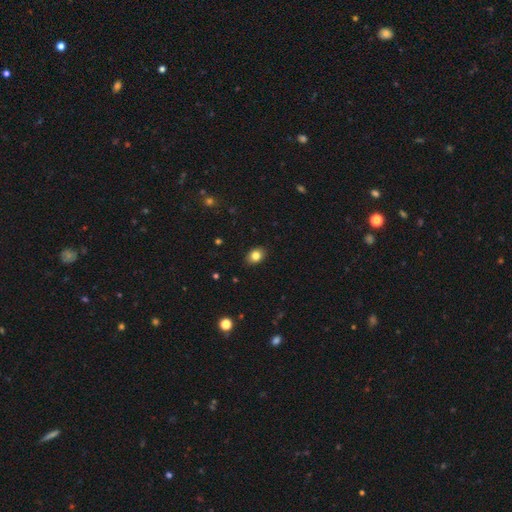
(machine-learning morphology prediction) Smooth or featured: smooth — 82% (star or artifact — 10%)
How rounded: in between — 63% (round — 36%)
Merging: none — 88% (minor disturbance — 9%)